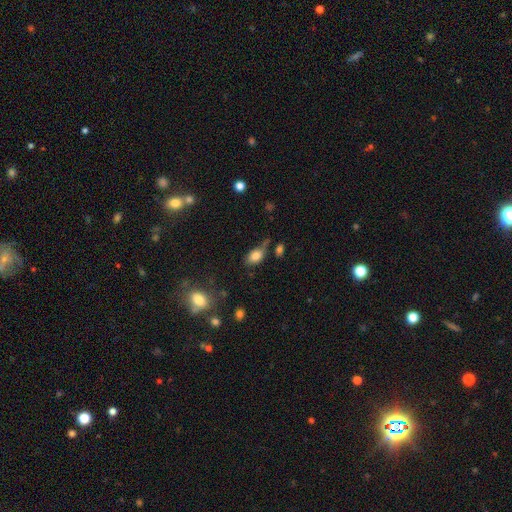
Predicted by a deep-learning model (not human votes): A smooth galaxy with no disk features (81%) that is in between round and cigar-shaped (87%). Merging: none (54%).